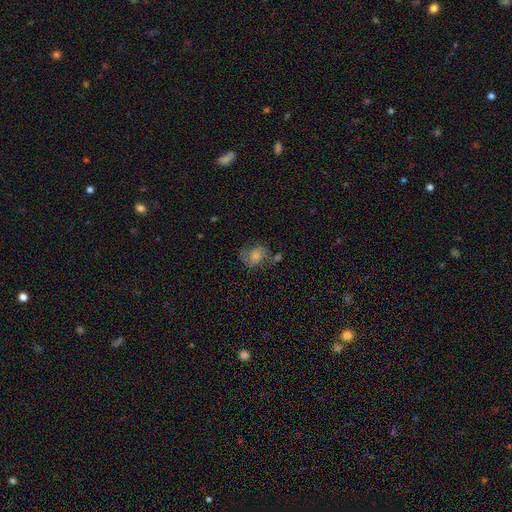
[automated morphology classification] Overall: featured or disk (54%; smooth 32%). Edge-on disk: no (97%). Bar: no (61%; weak 32%). Spiral arms: yes (86%). Bulge size: moderate (49%; small 25%). Merging: none (61%).